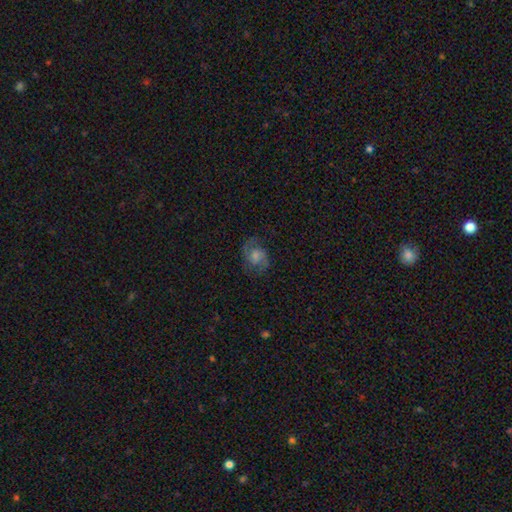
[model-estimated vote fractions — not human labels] Morphology: type=featured or disk (68%); edge-on=no (97%); bar=no (56%); spiral arms=yes (93%); winding=medium (53%); arm count=2 (86%); bulge=moderate (49%); merging=none (76%).